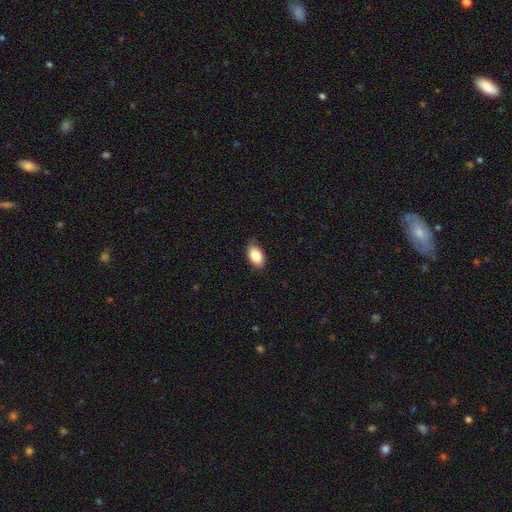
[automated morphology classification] This is clearly a smooth galaxy (86%). How rounded: clearly in between (91%). Merging: likely none (80%).